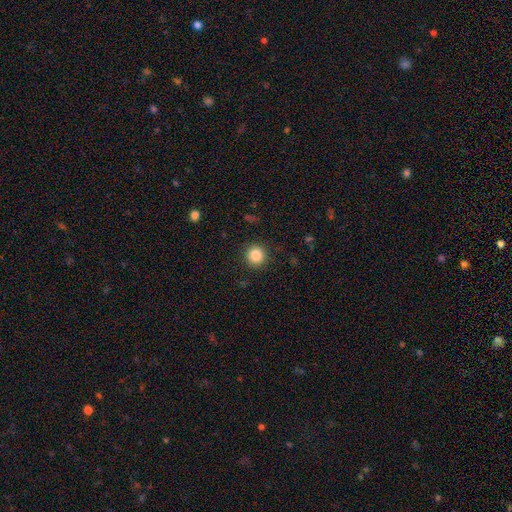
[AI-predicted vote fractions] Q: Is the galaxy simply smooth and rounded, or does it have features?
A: smooth — 86%.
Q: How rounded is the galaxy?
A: round — 95%.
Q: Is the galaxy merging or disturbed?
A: none — 91%.